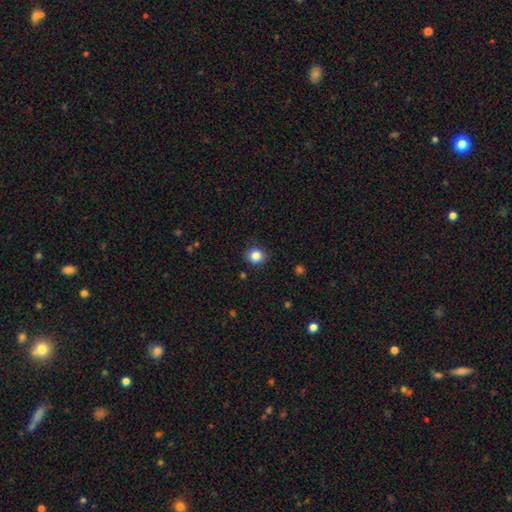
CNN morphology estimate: smooth 86%, star or artifact 10%, featured or disk 4%. Down the decision tree: how rounded — round (85%); merging — none (89%).